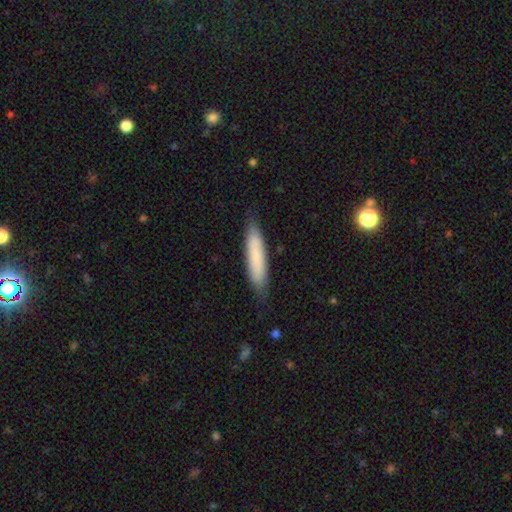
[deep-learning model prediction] Smooth or featured? smooth (78%)
How rounded? cigar-shaped (84%)
Merging? none (83%)